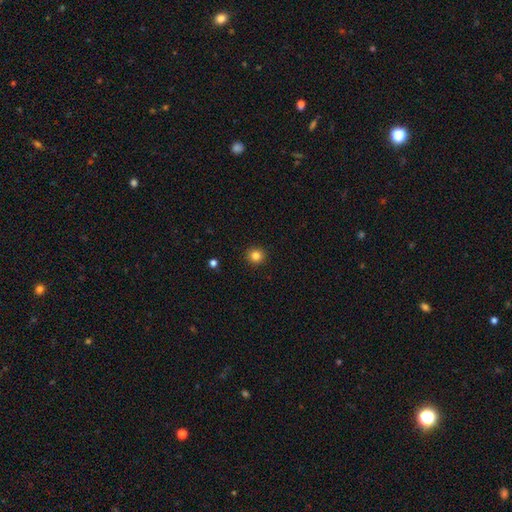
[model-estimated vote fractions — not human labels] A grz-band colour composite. It shows a smooth galaxy with no disk features (83%) that is round (93%). Merging: none (92%).